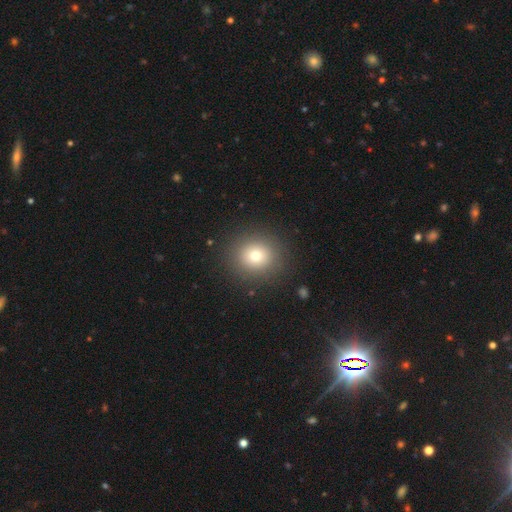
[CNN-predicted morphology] This appears to be a smooth galaxy with no disk features (75%) that is round (87%). Merging: none (89%).